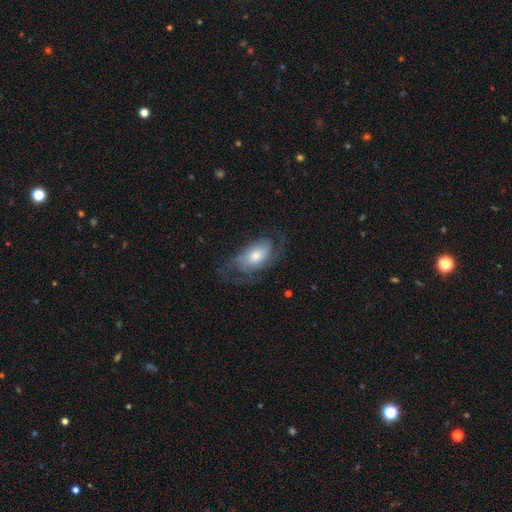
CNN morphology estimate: featured or disk 62%, smooth 31%, star or artifact 7%. Down the decision tree: edge-on disk — no (94%); bar — no (71%); spiral arms — yes (83%); bulge size — moderate (56%); merging — none (53%).